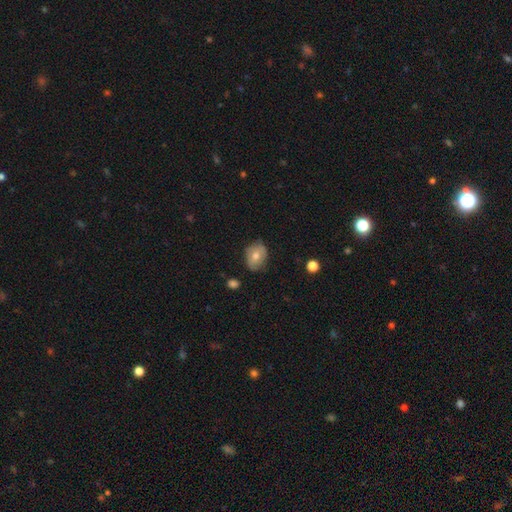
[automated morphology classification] Smooth or featured: smooth — 63% (featured or disk — 28%)
How rounded: in between — 62% (round — 37%)
Merging: none — 74% (minor disturbance — 21%)